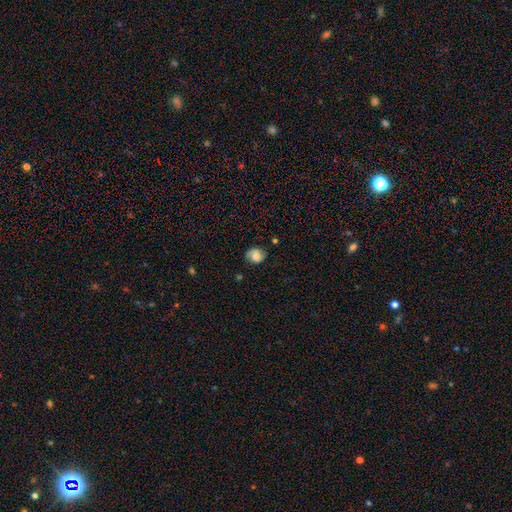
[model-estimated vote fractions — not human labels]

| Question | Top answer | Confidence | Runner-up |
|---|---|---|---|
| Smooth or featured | smooth | 71% | featured or disk (19%) |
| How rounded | round | 68% | in between (31%) |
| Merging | none | 73% | minor disturbance (20%) |